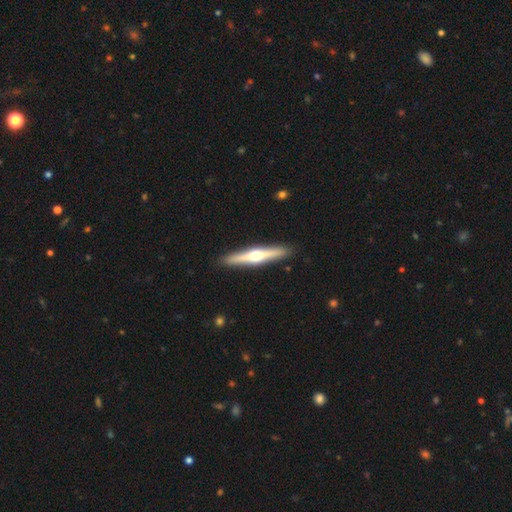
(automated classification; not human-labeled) smooth_or_featured: featured or disk (p=0.68) [alt: smooth p=0.27]
disk_edge_on: yes (p=0.97) [alt: no p=0.03]
edge_on_bulge: rounded (p=0.94) [alt: none p=0.04]
merging: none (p=0.92) [alt: minor disturbance p=0.06]